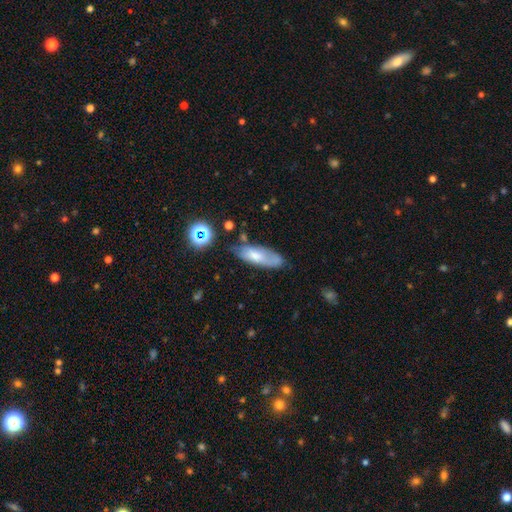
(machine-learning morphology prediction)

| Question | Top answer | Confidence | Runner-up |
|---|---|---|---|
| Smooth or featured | smooth | 58% | featured or disk (32%) |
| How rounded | in between | 66% | cigar-shaped (31%) |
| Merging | none | 61% | minor disturbance (25%) |